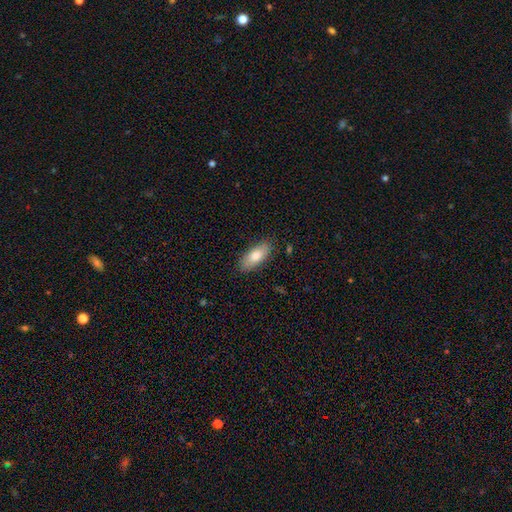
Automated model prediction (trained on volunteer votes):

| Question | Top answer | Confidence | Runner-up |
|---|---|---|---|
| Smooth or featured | smooth | 78% | featured or disk (16%) |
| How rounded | in between | 82% | cigar-shaped (16%) |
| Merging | none | 86% | minor disturbance (11%) |